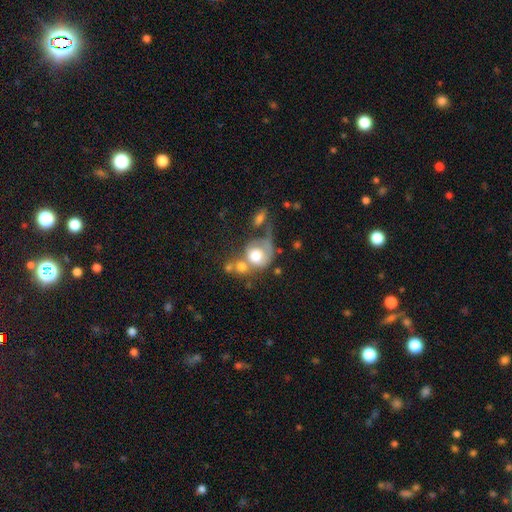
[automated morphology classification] Smooth or featured: smooth — 61% (featured or disk — 30%)
How rounded: round — 72% (in between — 27%)
Merging: merger — 44% (none — 22%)